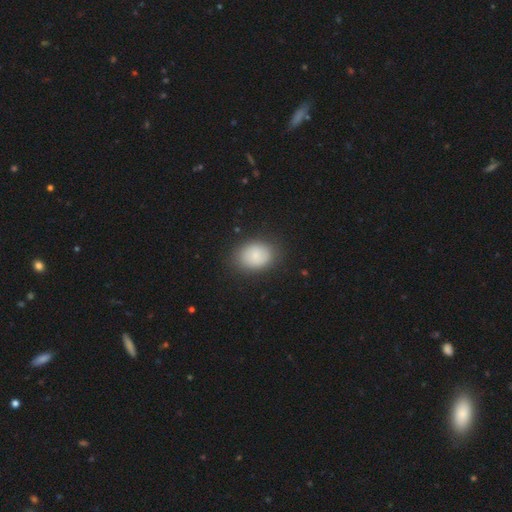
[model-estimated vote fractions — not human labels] Smooth or featured? smooth (82%)
How rounded? in between (64%)
Merging? none (83%)